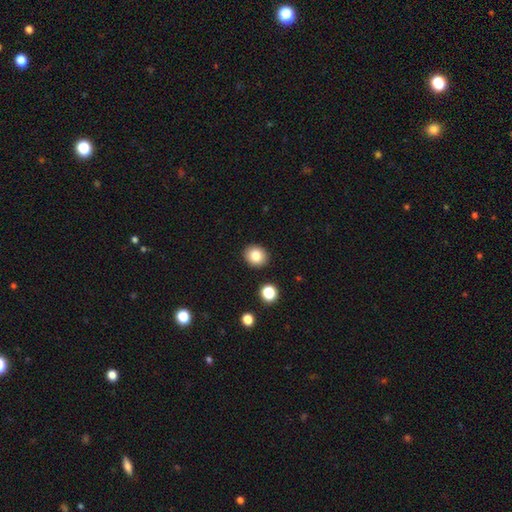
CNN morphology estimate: This appears to be a smooth galaxy with no disk features (83%) that is round (75%). Merging: none (90%).